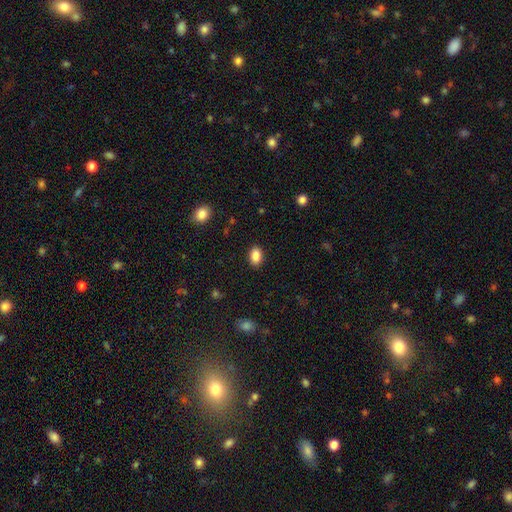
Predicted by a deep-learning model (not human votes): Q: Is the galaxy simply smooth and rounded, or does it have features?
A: smooth — 87%.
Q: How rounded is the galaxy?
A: in between — 85%.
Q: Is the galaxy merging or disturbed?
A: none — 89%.